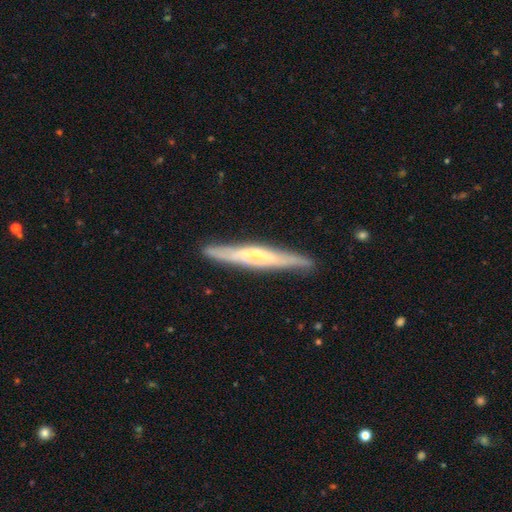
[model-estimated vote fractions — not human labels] Smooth or featured?
  - featured or disk: 66% *
  - smooth: 29%
  - star or artifact: 6%
Edge-on disk?
  - yes: 89% *
  - no: 11%
Edge-on bulge?
  - rounded: 43% * (tied)
  - none: 43% * (tied)
  - boxy: 14%
Merging?
  - none: 86% *
  - minor disturbance: 11%
  - major disturbance: 2%
  - merger: 1%